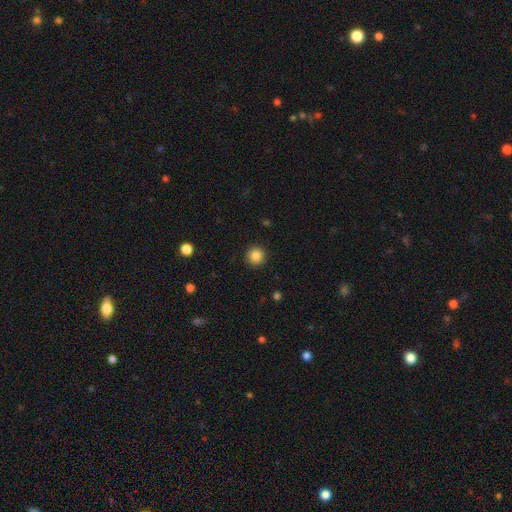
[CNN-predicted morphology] This is clearly a smooth galaxy (86%). How rounded: clearly round (95%). Merging: clearly none (92%).